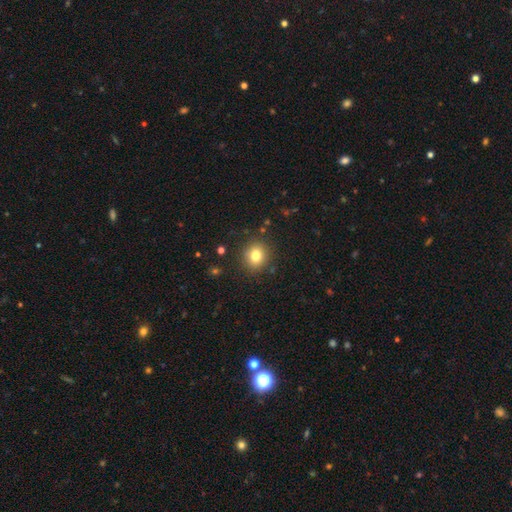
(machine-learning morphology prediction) A smooth galaxy with no disk features (79%) that is round (83%). Merging: none (89%).